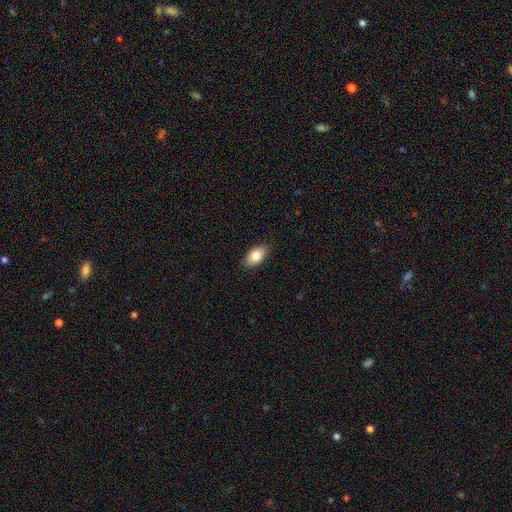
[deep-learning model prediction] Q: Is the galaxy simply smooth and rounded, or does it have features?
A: smooth — 81%.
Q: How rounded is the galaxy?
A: in between — 92%.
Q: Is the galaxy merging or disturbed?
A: none — 88%.